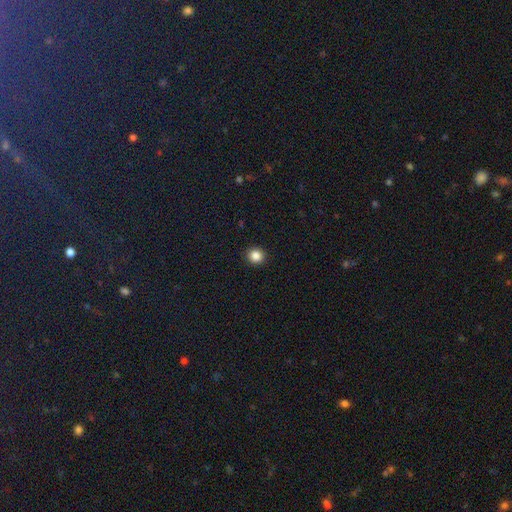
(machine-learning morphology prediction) A smooth galaxy with no disk features (85%) that is round (92%). Merging: none (93%).